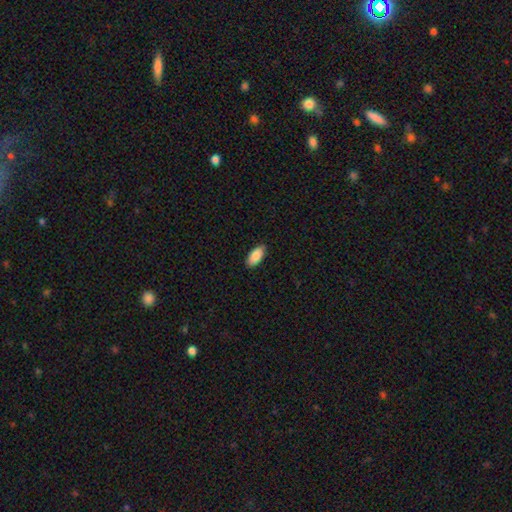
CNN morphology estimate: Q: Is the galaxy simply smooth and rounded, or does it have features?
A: smooth — 88%.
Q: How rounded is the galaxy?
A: in between — 91%.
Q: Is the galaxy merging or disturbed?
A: none — 87%.